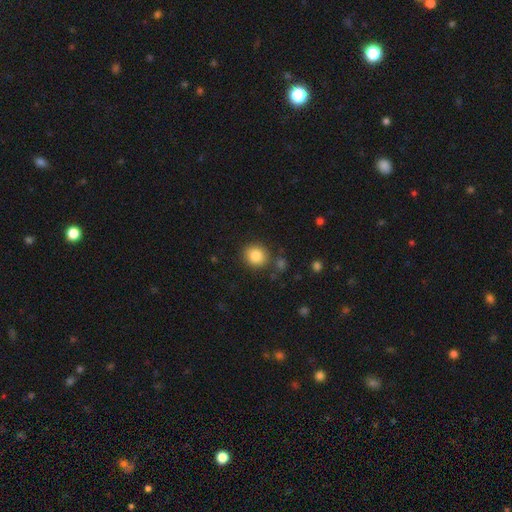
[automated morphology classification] This is clearly a smooth galaxy (85%). How rounded: clearly round (84%). Merging: clearly none (84%).